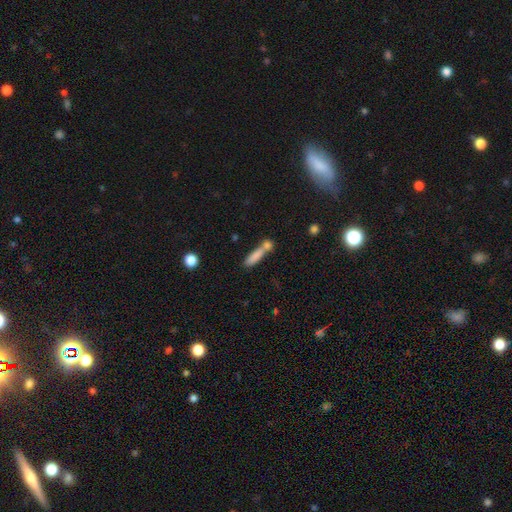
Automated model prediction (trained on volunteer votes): The model was most divided on "merging": none: 47%, merger: 36%, minor disturbance: 12%, major disturbance: 5%. More confident: smooth or featured — smooth (79%); how rounded — cigar-shaped (73%).